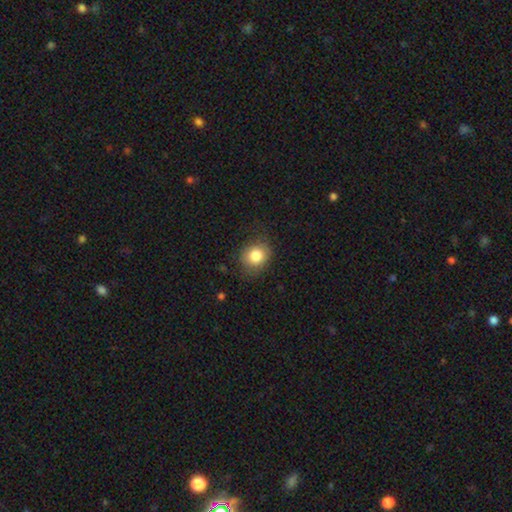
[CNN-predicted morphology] type=smooth (82%); roundness=round (72%); merging=none (76%).